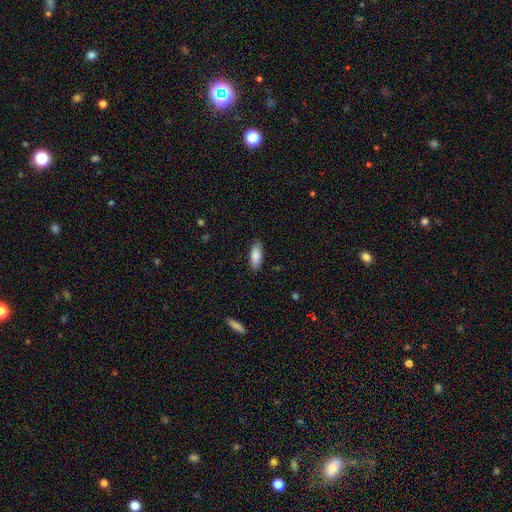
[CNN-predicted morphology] A smooth galaxy with no disk features (86%) that is in between round and cigar-shaped (75%).

Vote fractions:
- Smooth or featured? smooth: 86% / featured or disk: 8% / star or artifact: 6%
- How rounded? in between: 75% / cigar-shaped: 23% / round: 2%
- Merging? none: 86% / minor disturbance: 10% / major disturbance: 2% / merger: 1%